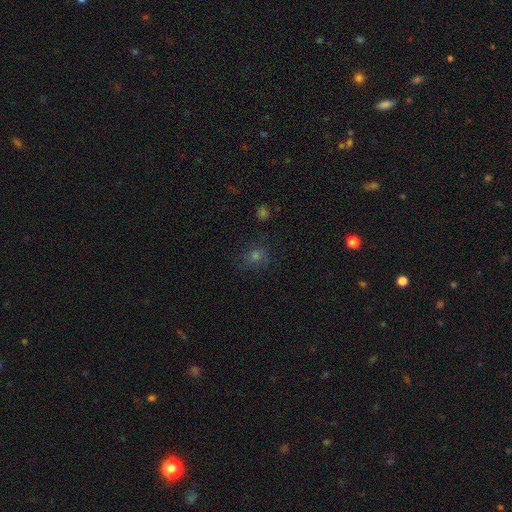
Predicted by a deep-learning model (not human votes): Q: Smooth or featured?
A: smooth (48%); runner-up: star or artifact (34%)
Q: Merging?
A: none (78%); runner-up: minor disturbance (14%)